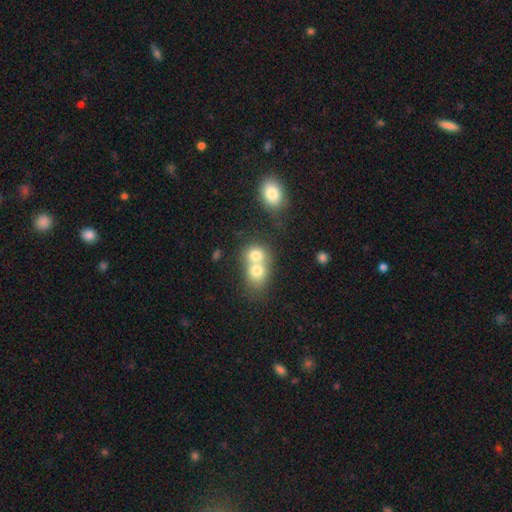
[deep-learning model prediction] This is likely a smooth galaxy (74%). How rounded: likely round (64%). Merging: likely merger (70%).